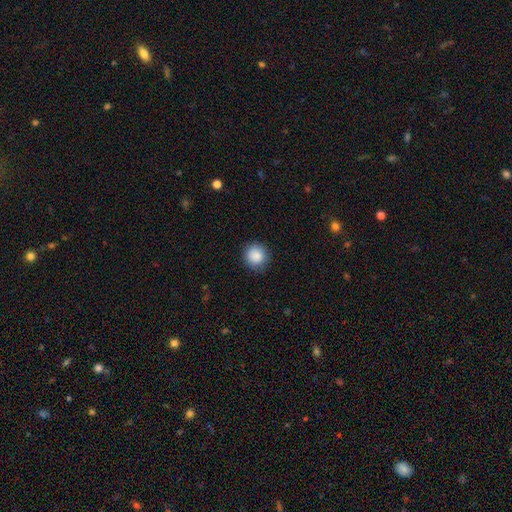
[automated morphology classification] smooth-or-featured: smooth: 88% | star or artifact: 8% | featured or disk: 4%
  how-rounded: round: 92% | in between: 7% | cigar-shaped: 1%
  merging: none: 88% | minor disturbance: 8% | major disturbance: 2% | merger: 1%